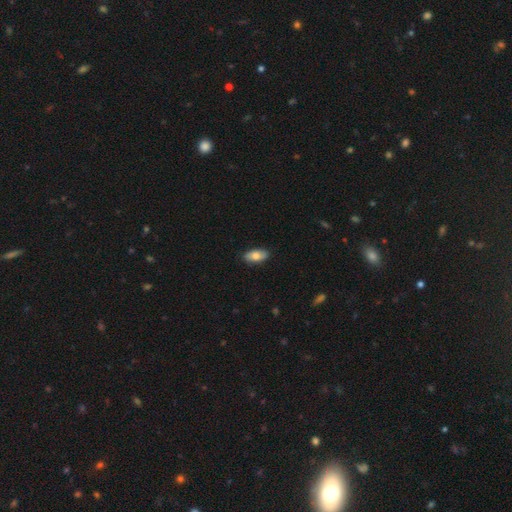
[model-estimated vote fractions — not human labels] Q: Smooth or featured?
A: smooth (78%); runner-up: featured or disk (16%)
Q: How rounded?
A: in between (91%); runner-up: cigar-shaped (6%)
Q: Merging?
A: none (88%); runner-up: minor disturbance (9%)